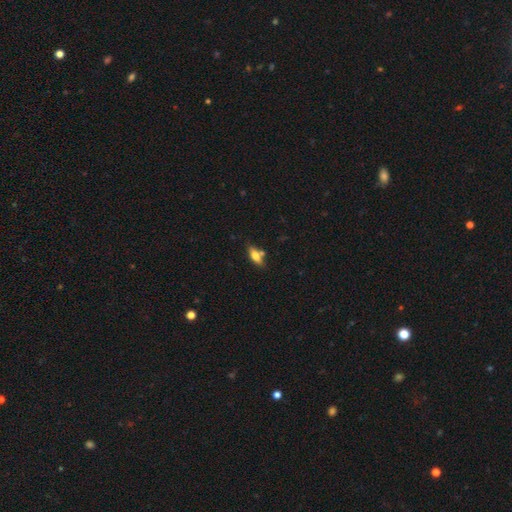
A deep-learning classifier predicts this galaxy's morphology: smooth 67%, featured or disk 24%, star or artifact 8%. Down the decision tree: how rounded — in between (73%); merging — none (64%).